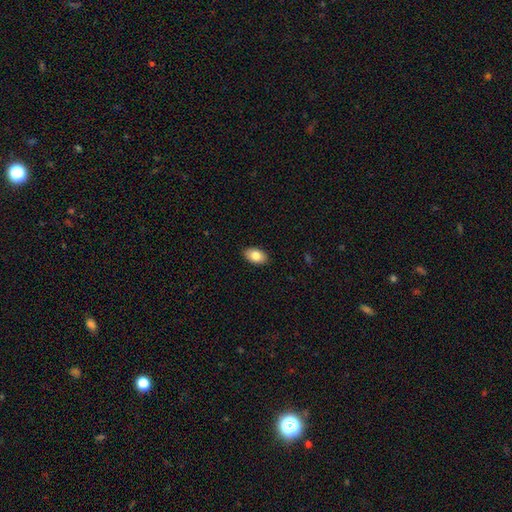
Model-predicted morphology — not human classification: The model was most divided on "smooth or featured": smooth: 83%, featured or disk: 10%, star or artifact: 7%. More confident: how rounded — in between (91%); merging — none (89%).